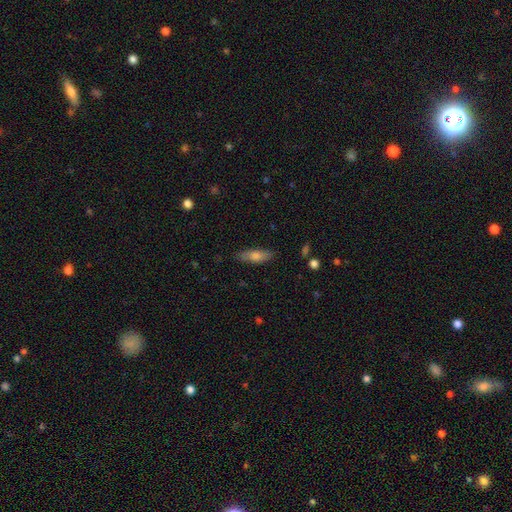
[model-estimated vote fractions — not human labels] This is likely a smooth galaxy (68%). How rounded: possibly in between (49%). Merging: clearly none (86%).